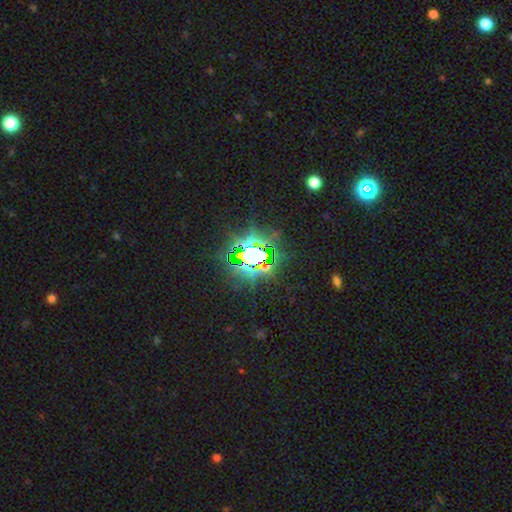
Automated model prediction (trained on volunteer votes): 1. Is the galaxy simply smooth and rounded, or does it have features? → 79% star or artifact, 11% smooth, 10% featured or disk.